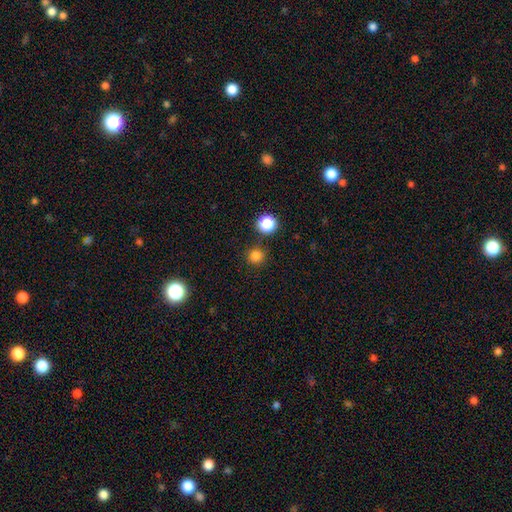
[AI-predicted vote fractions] smooth_or_featured: smooth (p=0.81) [alt: star or artifact p=0.15]
how_rounded: round (p=0.94) [alt: in between p=0.05]
merging: none (p=0.86) [alt: minor disturbance p=0.07]